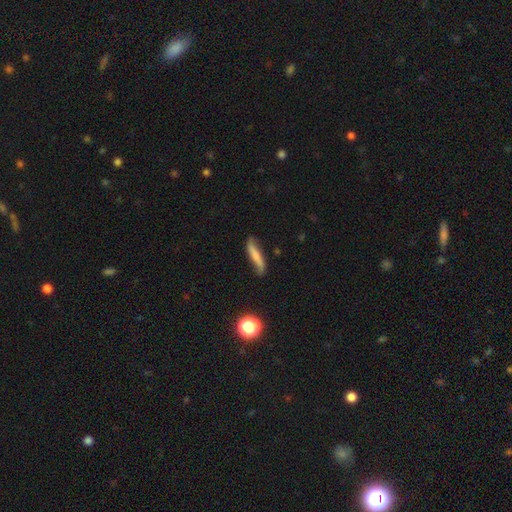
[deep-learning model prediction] This is possibly a smooth galaxy (54%). How rounded: clearly cigar-shaped (83%). Merging: likely none (65%).